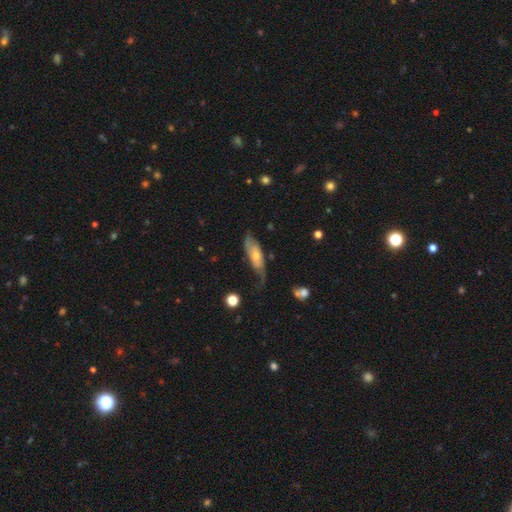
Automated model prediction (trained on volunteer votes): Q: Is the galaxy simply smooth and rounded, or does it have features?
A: featured or disk — 55%.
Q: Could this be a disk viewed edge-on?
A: no — 77%.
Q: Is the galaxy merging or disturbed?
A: none — 46%.